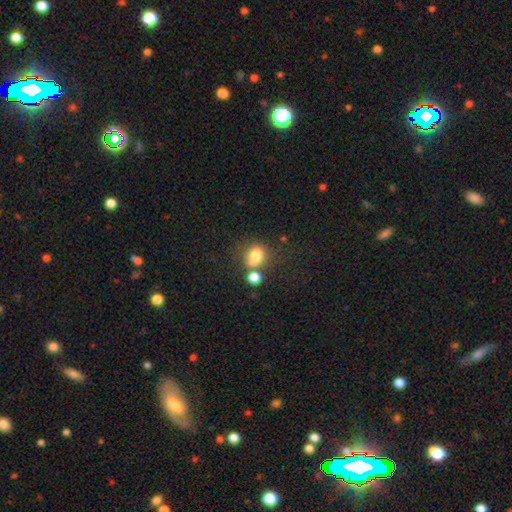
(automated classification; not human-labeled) Smooth or featured?
  - smooth: 76% *
  - star or artifact: 13%
  - featured or disk: 11%
How rounded?
  - round: 74% *
  - in between: 25%
  - cigar-shaped: 1%
Merging?
  - none: 50% *
  - merger: 27%
  - minor disturbance: 16%
  - major disturbance: 7%